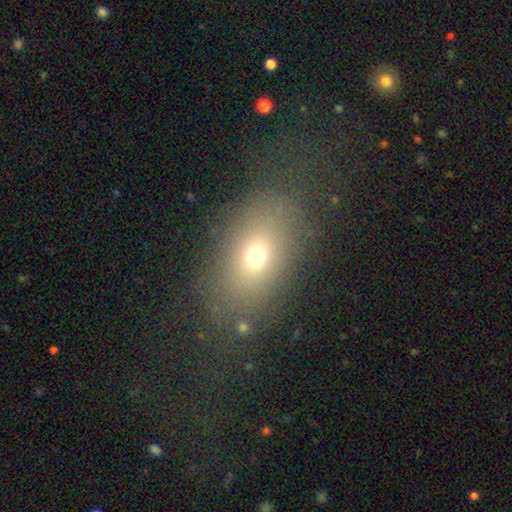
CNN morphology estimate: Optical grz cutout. It shows a smooth galaxy with no disk features (66%) that is in between round and cigar-shaped (75%). Merging: none (75%).